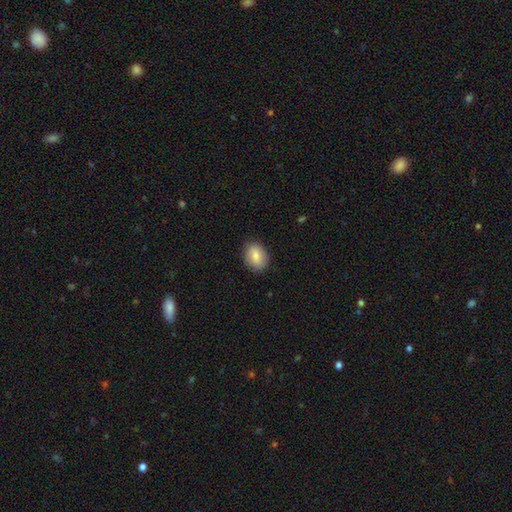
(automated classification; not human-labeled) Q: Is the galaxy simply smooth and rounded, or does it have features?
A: smooth — 79%.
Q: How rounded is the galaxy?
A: in between — 68%.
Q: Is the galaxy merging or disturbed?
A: none — 85%.